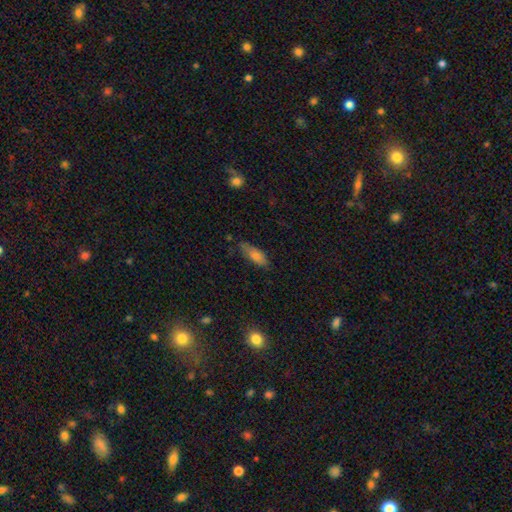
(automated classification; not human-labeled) Smooth or featured? Predicted: smooth (p=0.71). How rounded? Predicted: in between (p=0.58). Merging? Predicted: none (p=0.74).